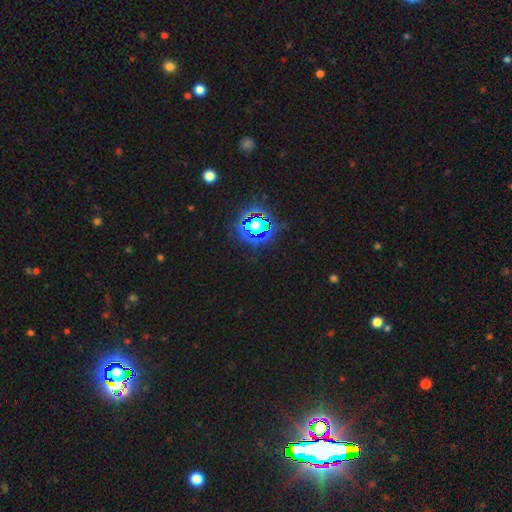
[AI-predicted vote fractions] Smooth or featured? star or artifact (80%)